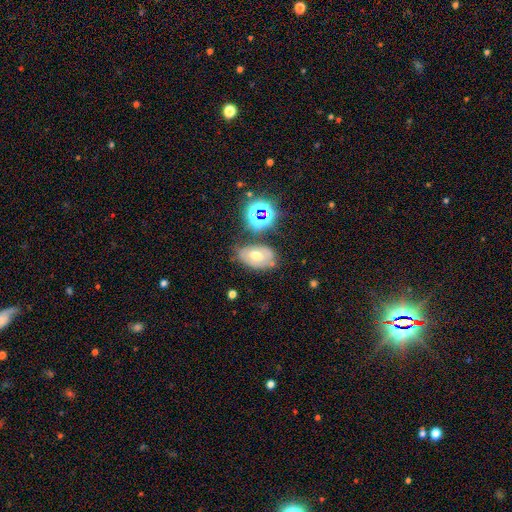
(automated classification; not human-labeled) The model was most divided on "smooth or featured" (2-way tie): featured or disk: 41%, smooth: 41%, star or artifact: 18%. More confident: merging — none (62%).